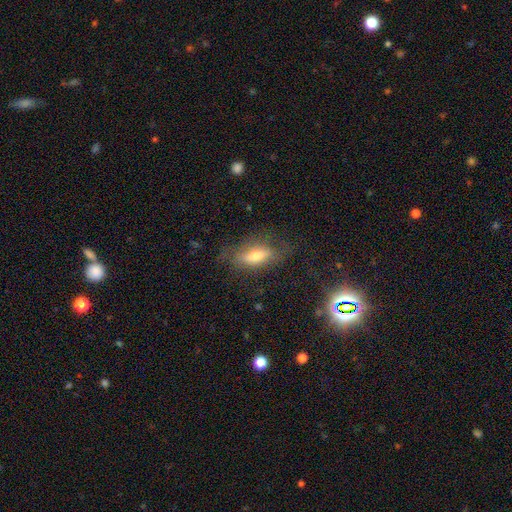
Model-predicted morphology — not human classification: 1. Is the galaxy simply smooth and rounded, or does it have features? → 59% smooth, 32% featured or disk, 9% star or artifact.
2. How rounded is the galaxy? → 70% in between, 26% cigar-shaped, 5% round.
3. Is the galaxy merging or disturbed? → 67% none, 20% minor disturbance, 11% major disturbance, 2% merger.